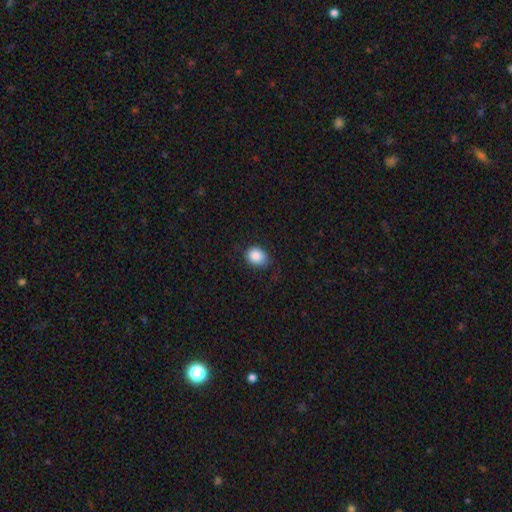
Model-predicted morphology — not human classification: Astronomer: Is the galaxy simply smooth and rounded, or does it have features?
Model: smooth — 87%.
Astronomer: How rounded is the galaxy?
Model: round — 53% (runner-up: in between, 46%).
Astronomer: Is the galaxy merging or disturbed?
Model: none — 77%.